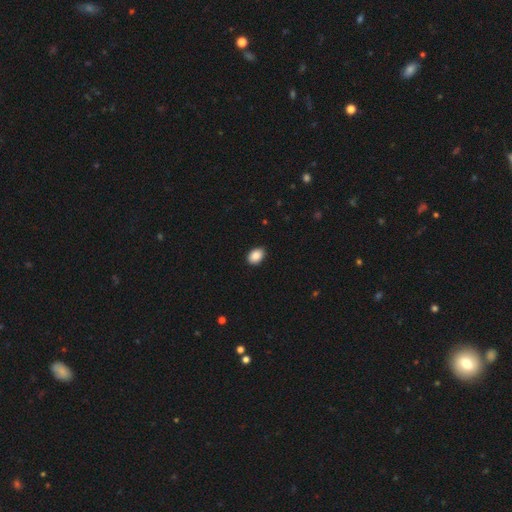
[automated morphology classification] smooth 89%, star or artifact 8%, featured or disk 3%. Down the decision tree: how rounded — in between (81%); merging — none (89%).